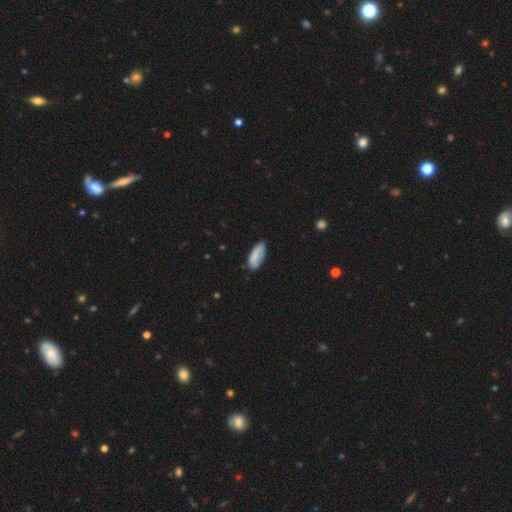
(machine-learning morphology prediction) Smooth or featured?
  - smooth: 76% *
  - featured or disk: 17%
  - star or artifact: 6%
How rounded?
  - in between: 85% *
  - cigar-shaped: 13%
  - round: 2%
Merging?
  - none: 69% *
  - minor disturbance: 24%
  - major disturbance: 5%
  - merger: 2%